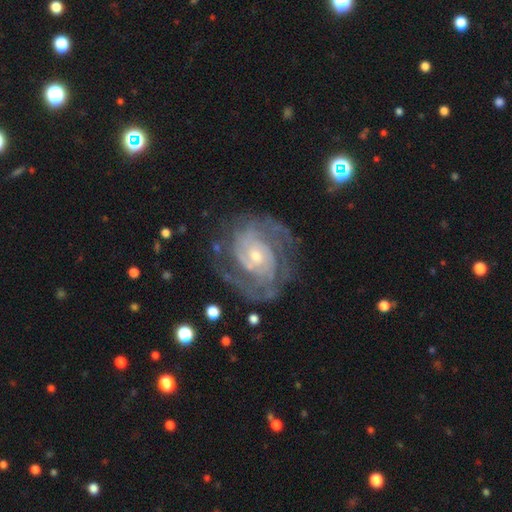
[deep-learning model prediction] The model was most divided on "spiral arm count": 2: 37%, can't tell: 22%, 3: 20%, 4: 9%, more than 4: 6%, 1: 6%. More confident: edge-on disk — no (98%); spiral arms — yes (97%); smooth or featured — featured or disk (90%); merging — none (72%); spiral winding — tight (66%); bar — no (66%); bulge size — small (61%).